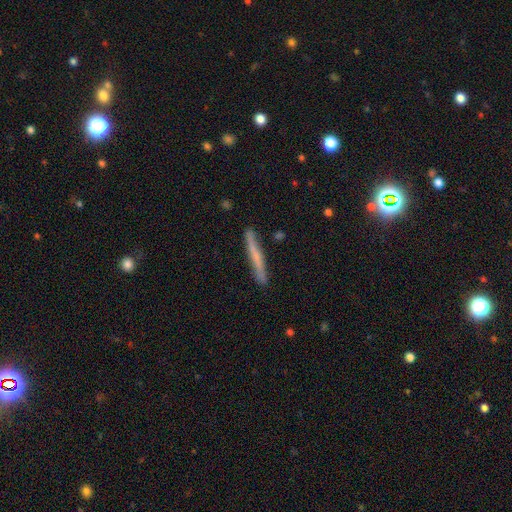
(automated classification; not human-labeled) smooth-or-featured: smooth: 55% | featured or disk: 38% | star or artifact: 7%
  how-rounded: cigar-shaped: 96% | in between: 2% | round: 1%
  merging: none: 87% | minor disturbance: 9% | major disturbance: 2% | merger: 1%